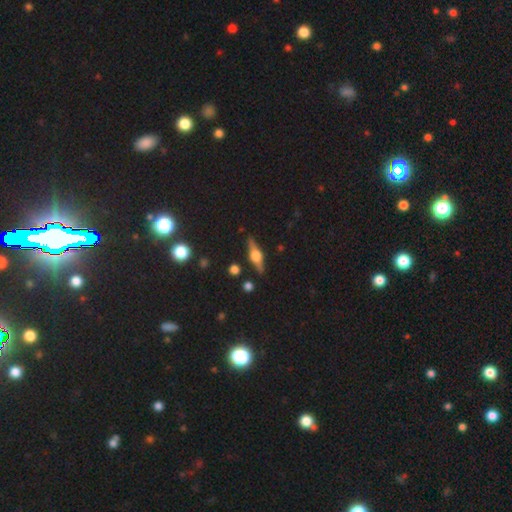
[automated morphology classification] type=featured or disk (76%); edge-on=yes (97%); edge-on bulge=rounded (93%); merging=none (88%).